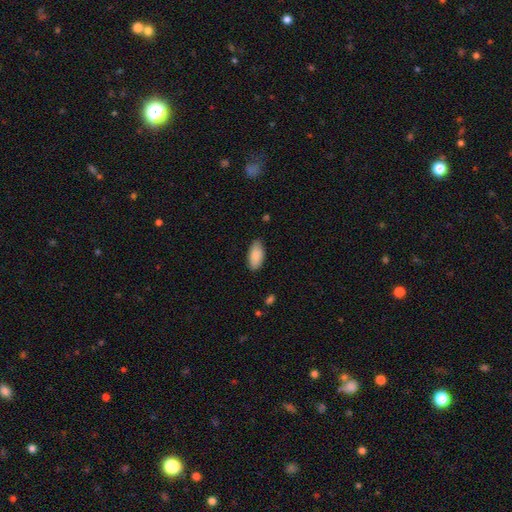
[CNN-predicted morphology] Smooth or featured? Predicted: smooth (p=0.87). How rounded? Predicted: in between (p=0.92). Merging? Predicted: none (p=0.81).